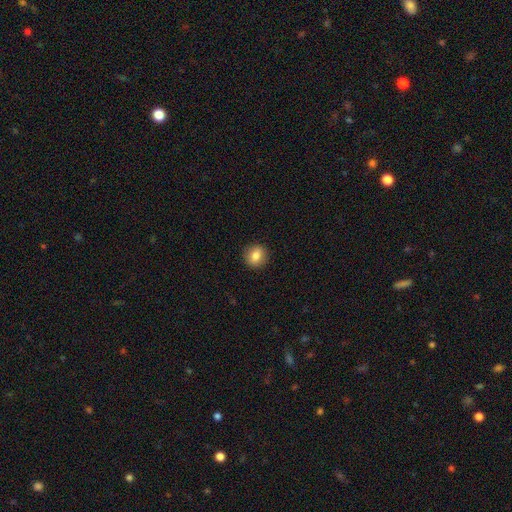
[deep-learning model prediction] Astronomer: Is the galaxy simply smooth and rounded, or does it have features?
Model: smooth — 80%.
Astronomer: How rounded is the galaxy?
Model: round — 81%.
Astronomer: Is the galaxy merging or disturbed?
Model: none — 91%.